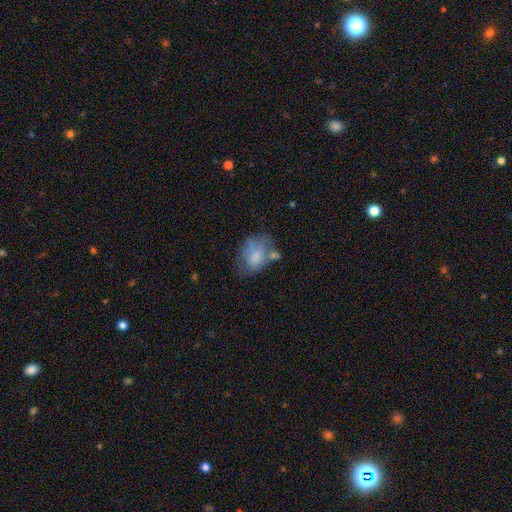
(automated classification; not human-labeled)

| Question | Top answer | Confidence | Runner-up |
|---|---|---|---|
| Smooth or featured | smooth | 67% | featured or disk (24%) |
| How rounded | in between | 75% | round (23%) |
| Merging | none | 39% | minor disturbance (27%) |